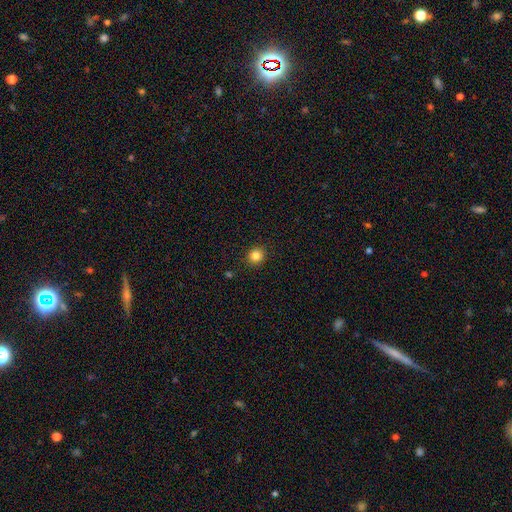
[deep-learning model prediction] Smooth or featured: smooth — 84% (star or artifact — 12%)
How rounded: round — 90% (in between — 9%)
Merging: none — 92% (minor disturbance — 5%)